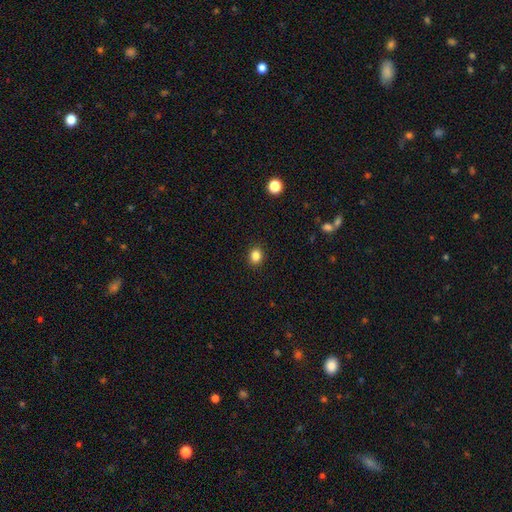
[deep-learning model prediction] Smooth or featured? smooth (85%)
How rounded? round (59%)
Merging? none (91%)